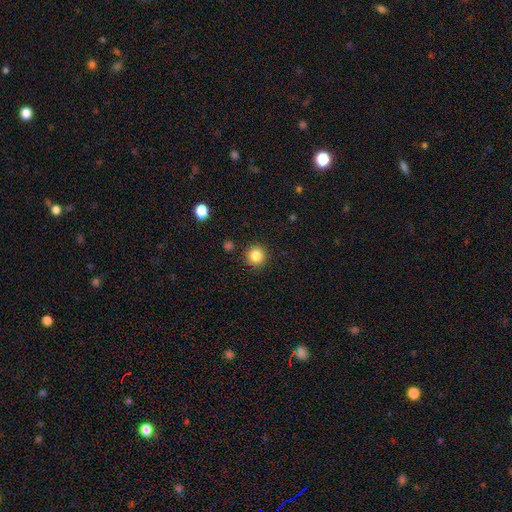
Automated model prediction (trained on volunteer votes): Smooth or featured: smooth — 84% (star or artifact — 11%)
How rounded: round — 94% (in between — 5%)
Merging: none — 91% (minor disturbance — 6%)